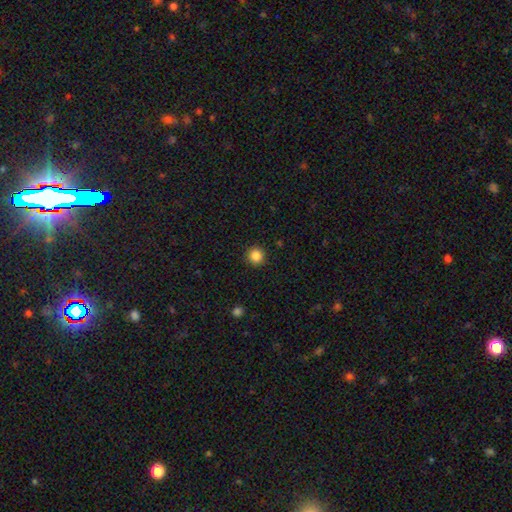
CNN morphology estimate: Q: Smooth or featured?
A: smooth (86%); runner-up: star or artifact (11%)
Q: How rounded?
A: round (95%); runner-up: in between (4%)
Q: Merging?
A: none (92%); runner-up: minor disturbance (5%)